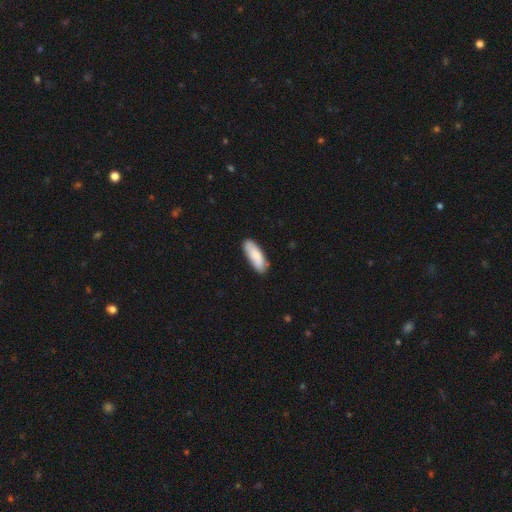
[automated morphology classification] This is clearly a smooth galaxy (80%). How rounded: likely in between (66%). Merging: clearly none (82%).